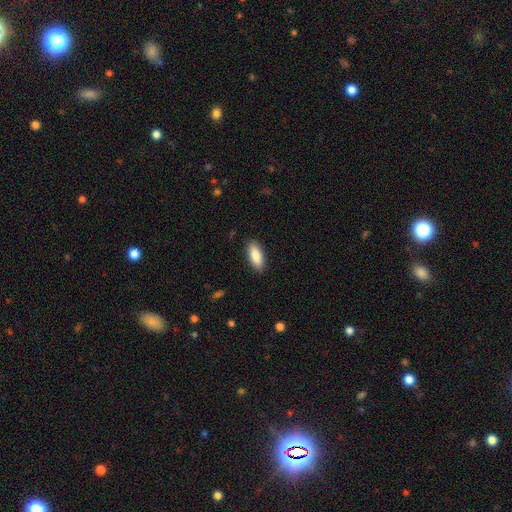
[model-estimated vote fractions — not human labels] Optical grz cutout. It shows a smooth galaxy with no disk features (88%) that is in between round and cigar-shaped (81%). Merging: none (88%).